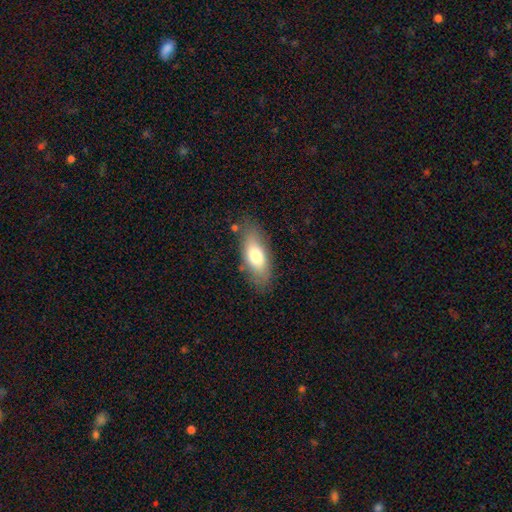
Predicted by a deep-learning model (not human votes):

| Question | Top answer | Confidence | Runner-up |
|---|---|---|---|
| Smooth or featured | smooth | 72% | featured or disk (21%) |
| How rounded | in between | 79% | cigar-shaped (18%) |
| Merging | none | 78% | minor disturbance (15%) |